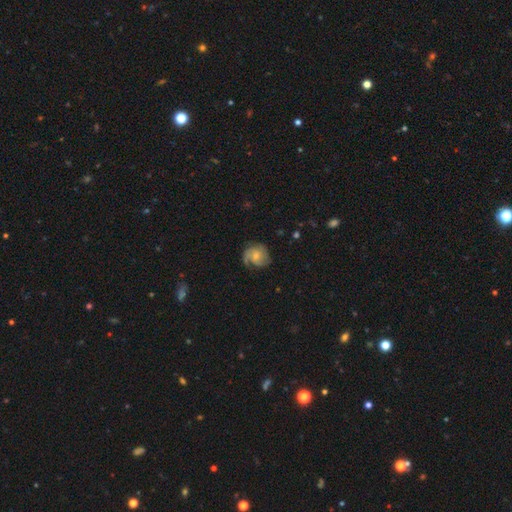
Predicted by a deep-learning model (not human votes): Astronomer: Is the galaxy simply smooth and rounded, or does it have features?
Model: featured or disk — 64%.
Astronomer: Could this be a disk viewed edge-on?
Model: no — 98%.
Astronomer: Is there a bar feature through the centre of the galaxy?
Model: no — 72%.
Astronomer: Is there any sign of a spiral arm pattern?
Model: yes — 91%.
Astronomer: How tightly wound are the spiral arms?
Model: tight — 43% (runner-up: medium, 39%).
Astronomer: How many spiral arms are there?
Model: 2 — 35% (runner-up: 3, 25%).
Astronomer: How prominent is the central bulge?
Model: small — 60%.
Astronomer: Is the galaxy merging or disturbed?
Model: none — 63%.